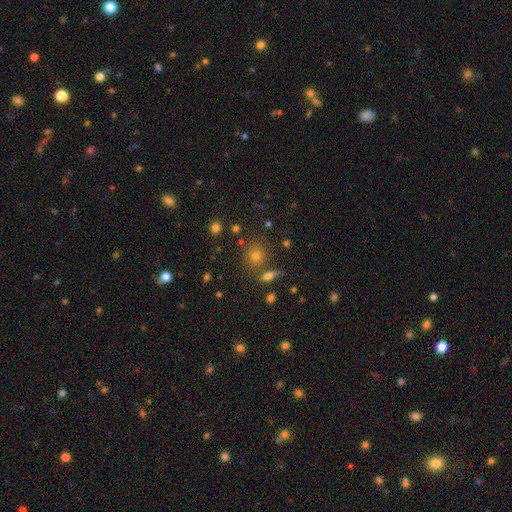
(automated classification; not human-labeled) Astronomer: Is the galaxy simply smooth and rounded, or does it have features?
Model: smooth — 65%.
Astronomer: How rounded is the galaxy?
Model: round — 77%.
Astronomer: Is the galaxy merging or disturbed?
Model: none — 75%.